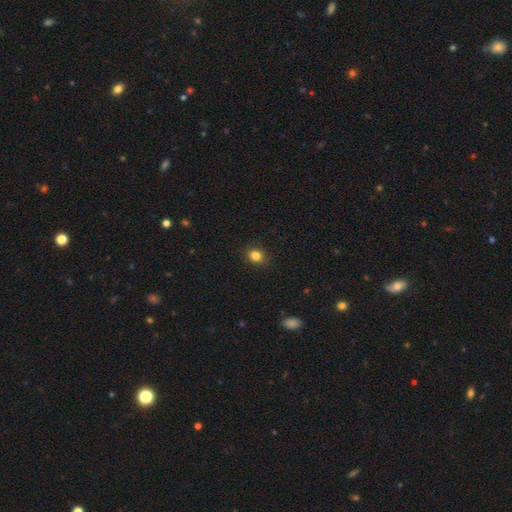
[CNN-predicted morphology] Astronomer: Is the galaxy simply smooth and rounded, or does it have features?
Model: smooth — 84%.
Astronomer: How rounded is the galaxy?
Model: round — 57% (runner-up: in between, 42%).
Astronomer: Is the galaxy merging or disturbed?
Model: none — 89%.